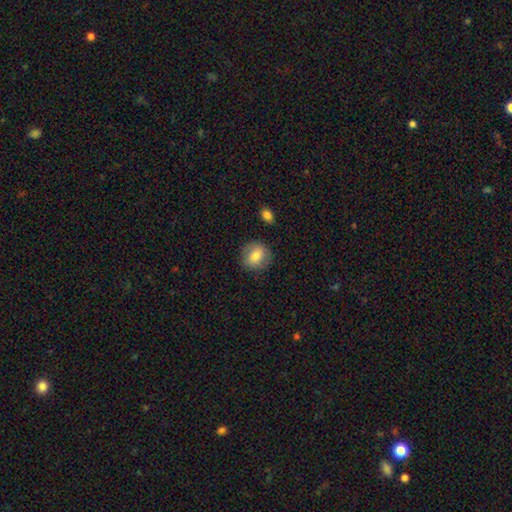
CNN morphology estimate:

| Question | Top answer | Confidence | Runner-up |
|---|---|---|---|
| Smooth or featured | smooth | 76% | featured or disk (16%) |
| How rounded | round | 81% | in between (18%) |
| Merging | none | 84% | minor disturbance (11%) |